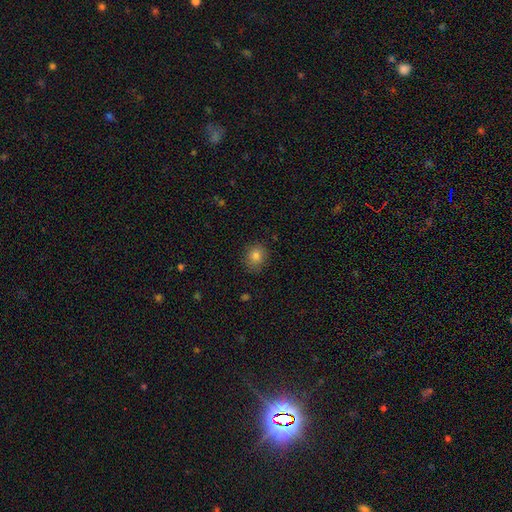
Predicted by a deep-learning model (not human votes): smooth 81%, star or artifact 12%, featured or disk 7%. Down the decision tree: how rounded — round (71%); merging — none (85%).